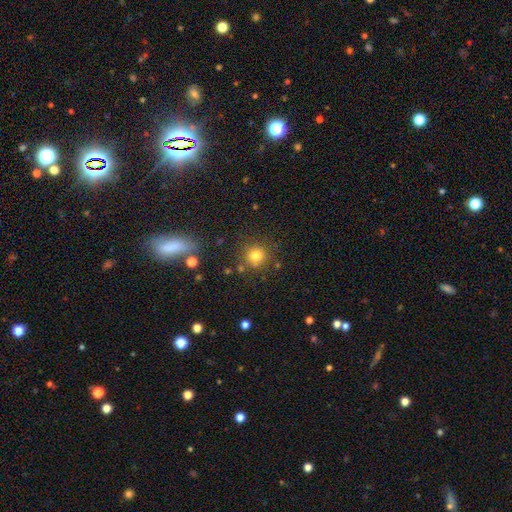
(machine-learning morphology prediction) Smooth or featured? Predicted: smooth (p=0.78). How rounded? Predicted: round (p=0.91). Merging? Predicted: none (p=0.80).